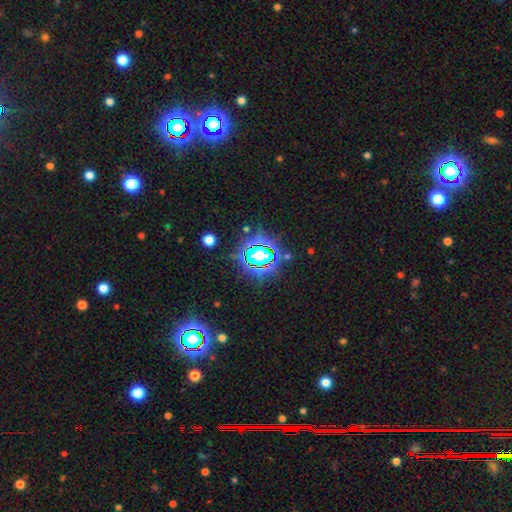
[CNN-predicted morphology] A star or artifact, not a galaxy (79%).

Vote fractions:
- Smooth or featured? star or artifact: 79% / smooth: 13% / featured or disk: 8%